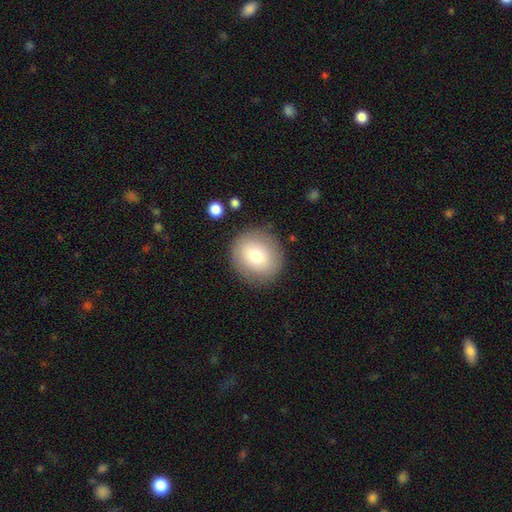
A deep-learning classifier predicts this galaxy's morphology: This is likely a smooth galaxy (76%). How rounded: clearly round (86%). Merging: clearly none (87%).